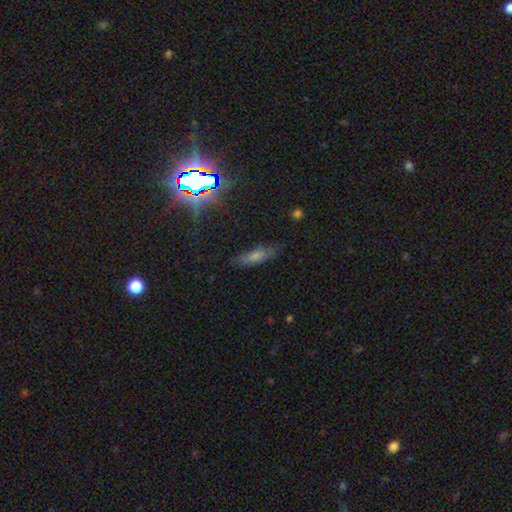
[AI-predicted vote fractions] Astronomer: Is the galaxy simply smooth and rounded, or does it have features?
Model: smooth — 47% (runner-up: featured or disk, 28%).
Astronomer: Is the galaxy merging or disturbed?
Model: none — 76%.